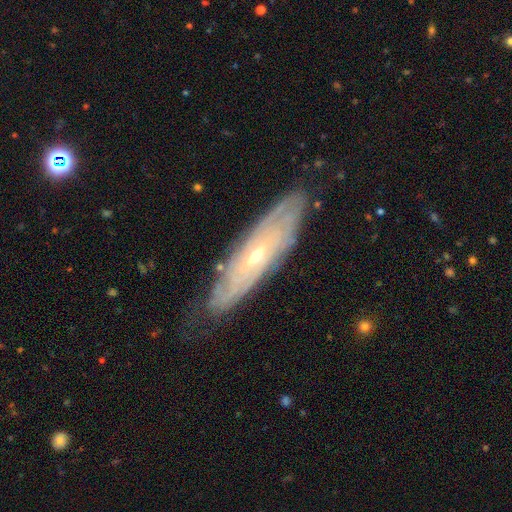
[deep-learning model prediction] smooth-or-featured: featured or disk: 80% | smooth: 14% | star or artifact: 7%
  disk-edge-on: no: 73% | yes: 27%
    bar: no: 69% | weak: 23% | strong: 7%
    has-spiral-arms: yes: 87% | no: 13%
      spiral-winding: tight: 77% | medium: 18% | loose: 5%
      spiral-arm-count: can't tell: 63% | 2: 13% | 3: 7% | 4: 7% | more than 4: 6% | 1: 4%
    bulge-size: small: 67% | moderate: 30% | large: 1% | none: 1% | dominant: 1%
  merging: none: 78% | minor disturbance: 17% | major disturbance: 4% | merger: 1%